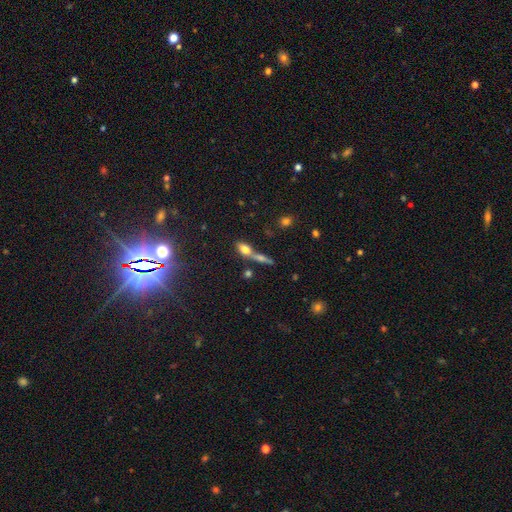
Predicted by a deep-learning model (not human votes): A smooth galaxy with no disk features (41%). Merging: none (47%).